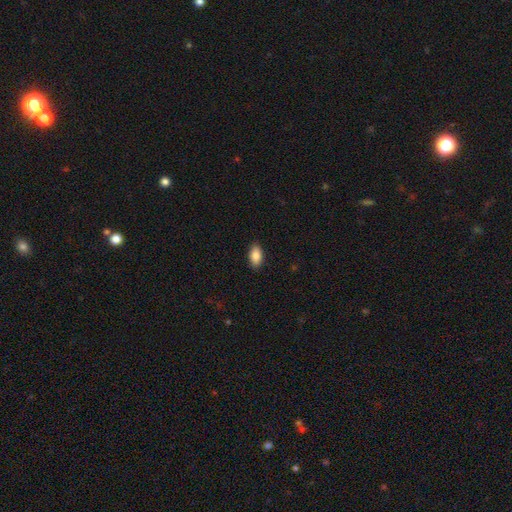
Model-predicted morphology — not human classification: smooth-or-featured: smooth: 87% | star or artifact: 7% | featured or disk: 6%
  how-rounded: in between: 92% | round: 4% | cigar-shaped: 4%
  merging: none: 88% | minor disturbance: 9% | major disturbance: 2% | merger: 1%